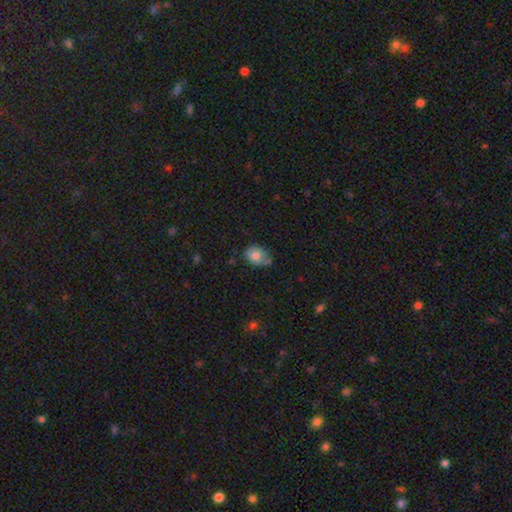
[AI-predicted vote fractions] smooth-or-featured: smooth: 76% | featured or disk: 15% | star or artifact: 9%
  how-rounded: in between: 62% | round: 37% | cigar-shaped: 1%
  merging: none: 52% | minor disturbance: 33% | merger: 9% | major disturbance: 7%